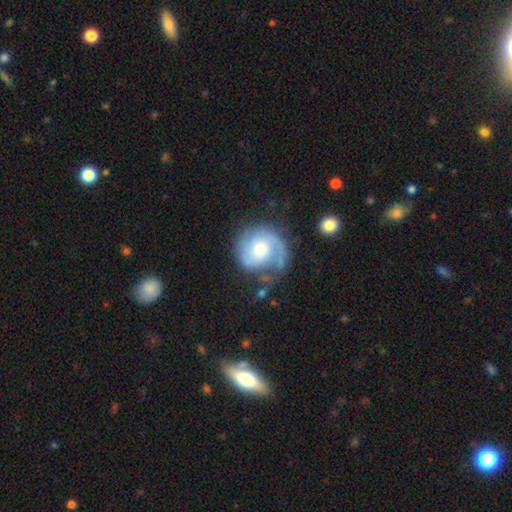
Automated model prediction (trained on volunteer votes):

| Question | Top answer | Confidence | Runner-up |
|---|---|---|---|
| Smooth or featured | featured or disk | 69% | smooth (24%) |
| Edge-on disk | no | 98% | yes (2%) |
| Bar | no | 70% | weak (25%) |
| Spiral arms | yes | 90% | no (10%) |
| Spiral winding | tight | 41% | medium (39%) |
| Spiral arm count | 2 | 55% | can't tell (17%) |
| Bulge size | moderate | 54% | small (32%) |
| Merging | none | 59% | minor disturbance (21%) |